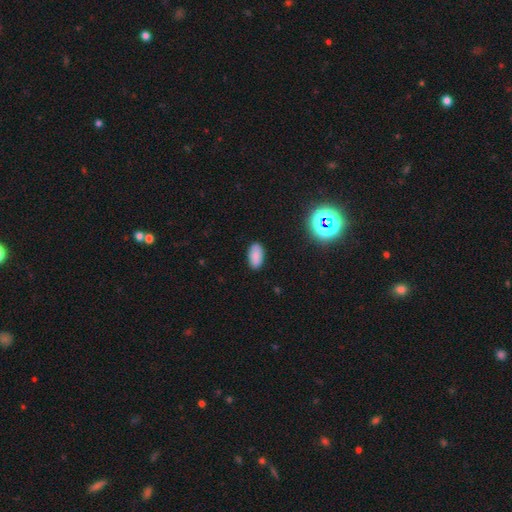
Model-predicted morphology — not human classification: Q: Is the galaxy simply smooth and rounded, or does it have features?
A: smooth — 84%.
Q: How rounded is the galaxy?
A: in between — 94%.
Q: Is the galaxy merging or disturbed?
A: none — 87%.